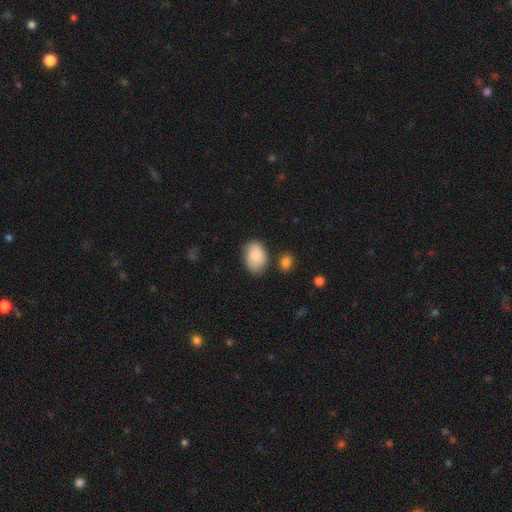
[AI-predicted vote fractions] A smooth galaxy with no disk features (85%) that is in between round and cigar-shaped (84%). Merging: none (70%).